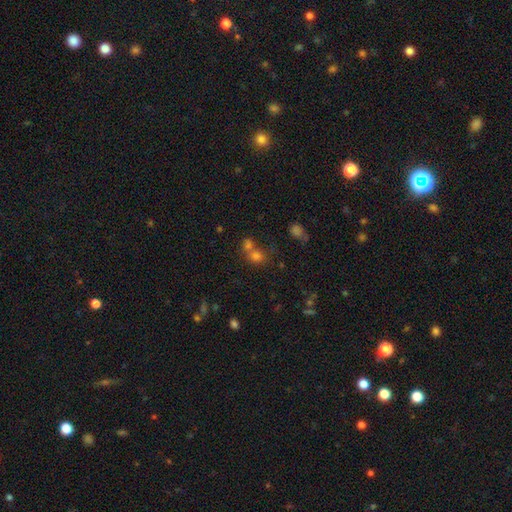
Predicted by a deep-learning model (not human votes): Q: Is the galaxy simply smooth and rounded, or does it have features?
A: smooth — 70%.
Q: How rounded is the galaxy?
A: round — 71%.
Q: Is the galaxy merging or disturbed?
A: merger — 53%.